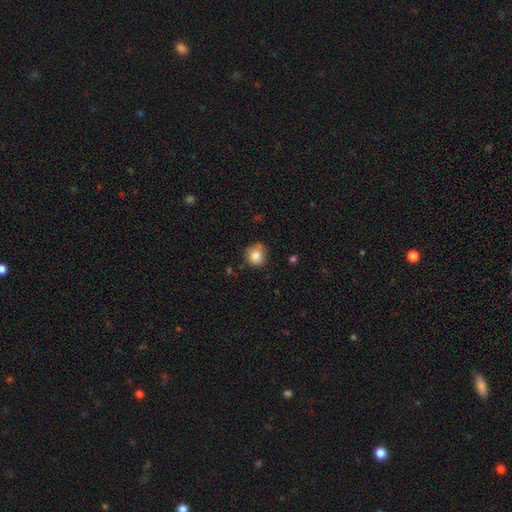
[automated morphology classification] A smooth galaxy with no disk features (84%) that is round (85%).

Vote fractions:
- Smooth or featured? smooth: 84% / star or artifact: 9% / featured or disk: 7%
- How rounded? round: 85% / in between: 15% / cigar-shaped: 1%
- Merging? none: 66% / minor disturbance: 24% / major disturbance: 5% / merger: 5%